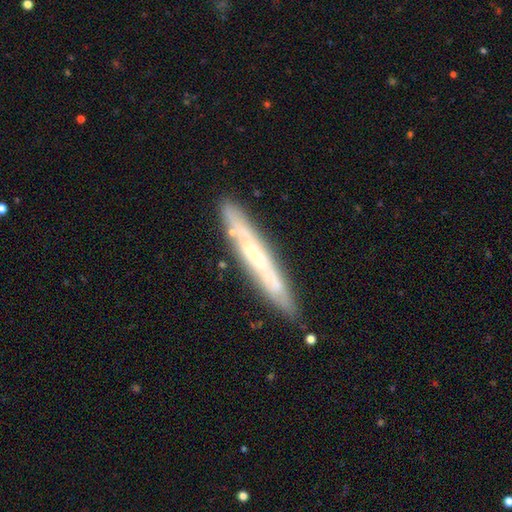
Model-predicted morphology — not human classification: Smooth or featured: featured or disk — 62% (smooth — 31%)
Edge-on disk: yes — 82% (no — 18%)
Edge-on bulge: none — 66% (rounded — 27%)
Merging: none — 83% (minor disturbance — 12%)